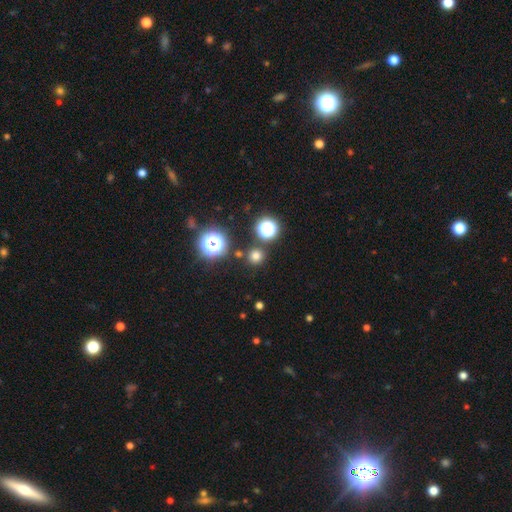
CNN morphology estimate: A smooth galaxy with no disk features (71%) that is round (94%). Merging: none (86%).